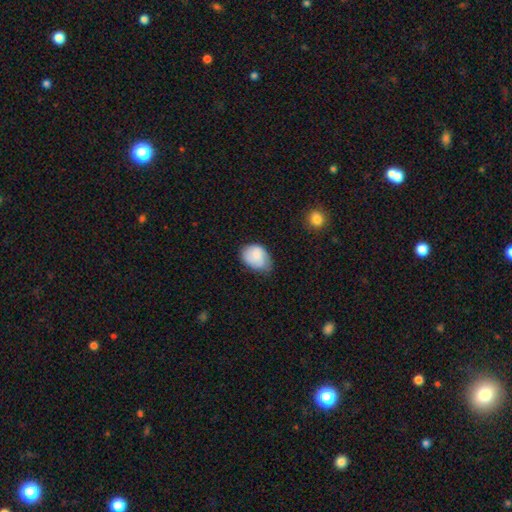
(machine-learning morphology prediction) This appears to be a smooth galaxy with no disk features (79%) that is in between round and cigar-shaped (71%). Merging: none (47%).